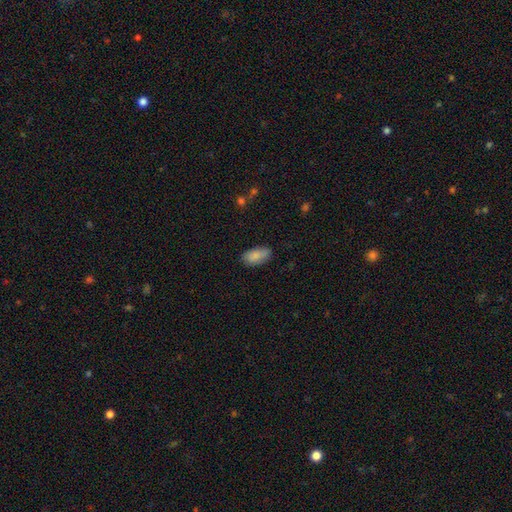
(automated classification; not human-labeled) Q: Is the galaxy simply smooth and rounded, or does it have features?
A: smooth — 86%.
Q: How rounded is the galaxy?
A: in between — 90%.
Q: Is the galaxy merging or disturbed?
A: none — 78%.